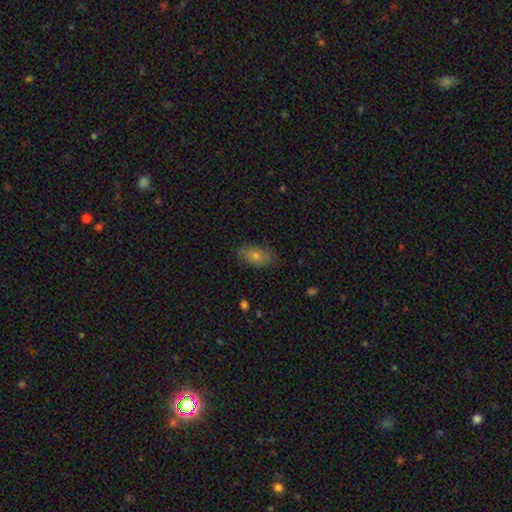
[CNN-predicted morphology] A smooth galaxy with no disk features (64%) that is in between round and cigar-shaped (87%).

Vote fractions:
- Smooth or featured? smooth: 64% / featured or disk: 23% / star or artifact: 13%
- How rounded? in between: 87% / round: 7% / cigar-shaped: 6%
- Merging? none: 82% / minor disturbance: 14% / major disturbance: 3% / merger: 1%